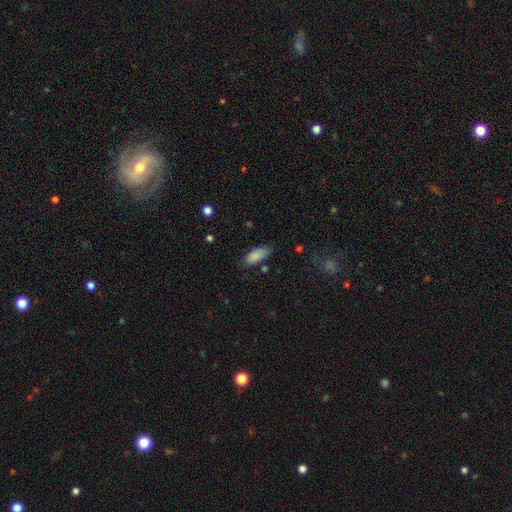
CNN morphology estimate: smooth_or_featured: smooth (p=0.86) [alt: star or artifact p=0.07]
how_rounded: in between (p=0.82) [alt: cigar-shaped p=0.16]
merging: none (p=0.74) [alt: minor disturbance p=0.20]